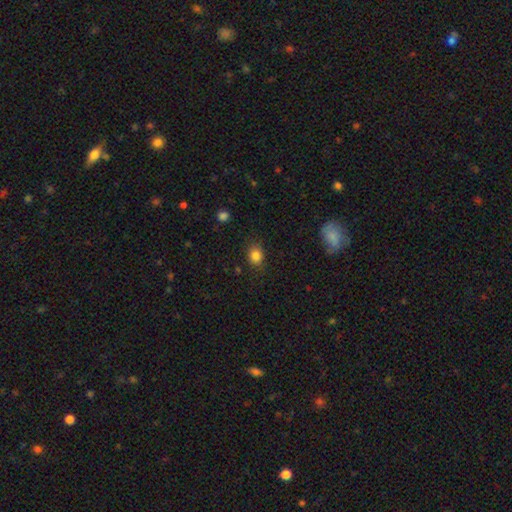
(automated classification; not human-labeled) smooth-or-featured: smooth: 84% | star or artifact: 11% | featured or disk: 5%
  how-rounded: round: 51% | in between: 48% | cigar-shaped: 1%
  merging: none: 82% | minor disturbance: 13% | major disturbance: 3% | merger: 1%